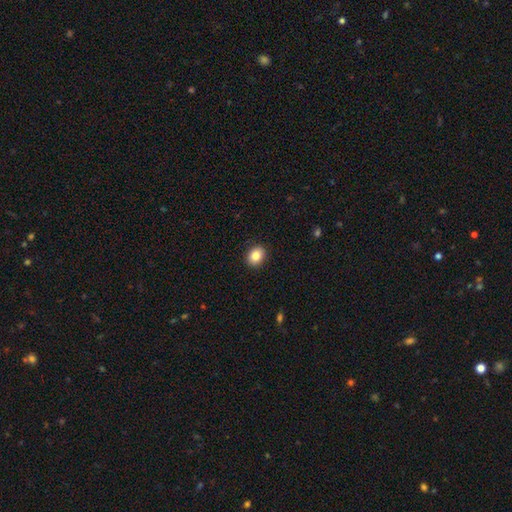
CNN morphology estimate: This is clearly a smooth galaxy (86%). How rounded: possibly in between (53%). Merging: clearly none (90%).